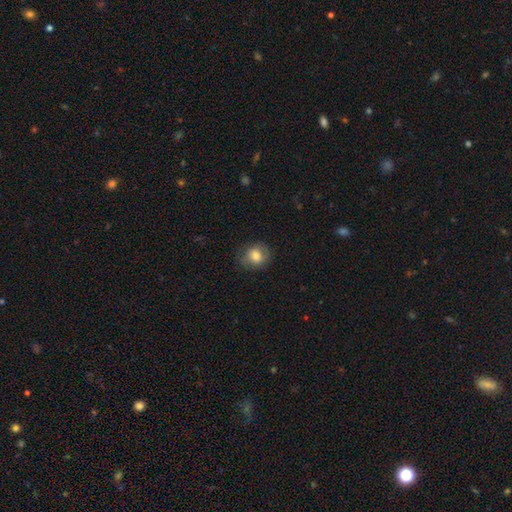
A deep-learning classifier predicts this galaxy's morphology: Smooth or featured? Predicted: smooth (p=0.77). How rounded? Predicted: round (p=0.71). Merging? Predicted: none (p=0.75).